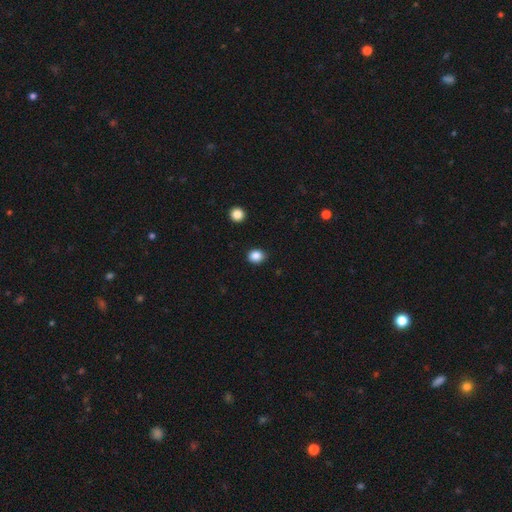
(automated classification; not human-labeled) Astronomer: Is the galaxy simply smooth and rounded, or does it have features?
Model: smooth — 86%.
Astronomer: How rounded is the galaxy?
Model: round — 62% (runner-up: in between, 37%).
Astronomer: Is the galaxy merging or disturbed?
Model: none — 88%.